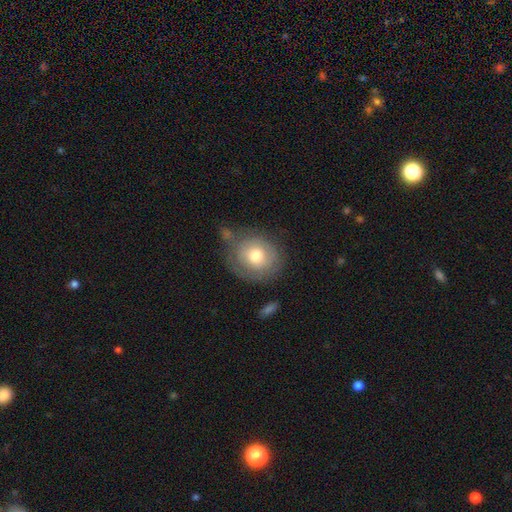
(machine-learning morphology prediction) smooth-or-featured: smooth: 62% | featured or disk: 30% | star or artifact: 7%
  how-rounded: round: 78% | in between: 21% | cigar-shaped: 1%
  merging: none: 58% | minor disturbance: 23% | major disturbance: 12% | merger: 7%